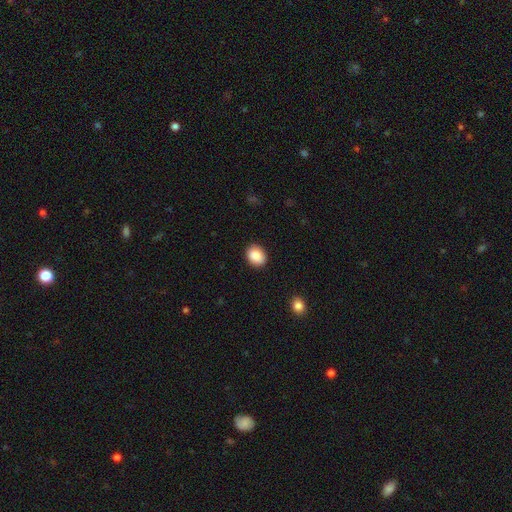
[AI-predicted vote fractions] A smooth galaxy with no disk features (88%) that is round (51%). Merging: none (88%).